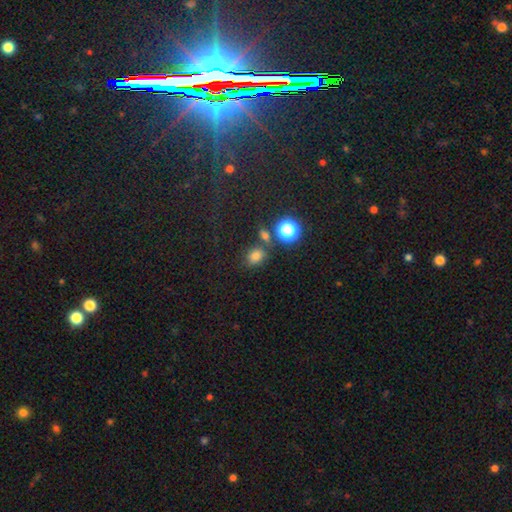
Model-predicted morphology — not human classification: type=smooth (72%); roundness=in between (60%); merging=none (68%).